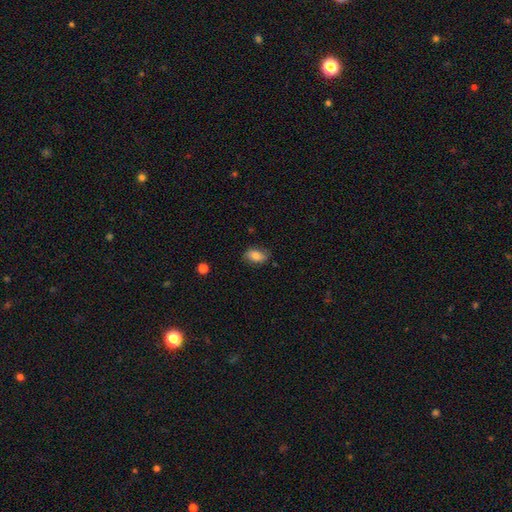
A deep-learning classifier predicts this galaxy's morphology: Smooth or featured? smooth (78%)
How rounded? in between (88%)
Merging? none (76%)